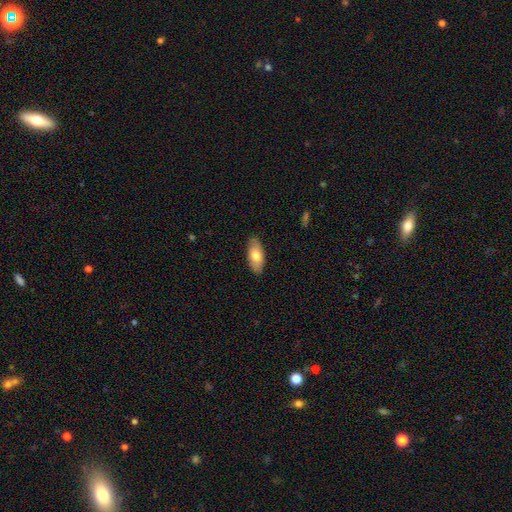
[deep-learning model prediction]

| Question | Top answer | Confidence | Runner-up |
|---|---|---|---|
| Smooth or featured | smooth | 72% | featured or disk (22%) |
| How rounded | in between | 88% | cigar-shaped (9%) |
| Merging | none | 86% | minor disturbance (11%) |